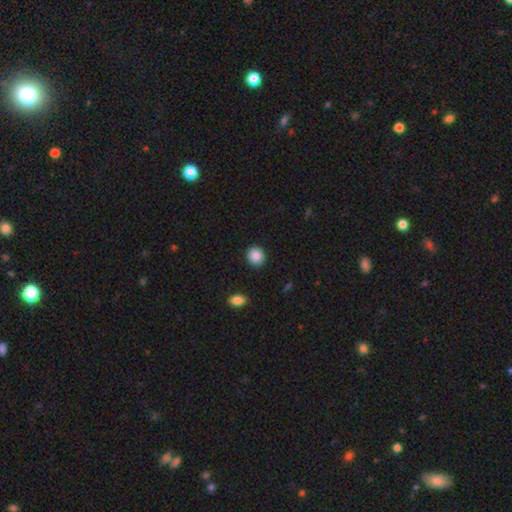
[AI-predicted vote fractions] A smooth galaxy with no disk features (88%) that is round (82%). Merging: none (91%).